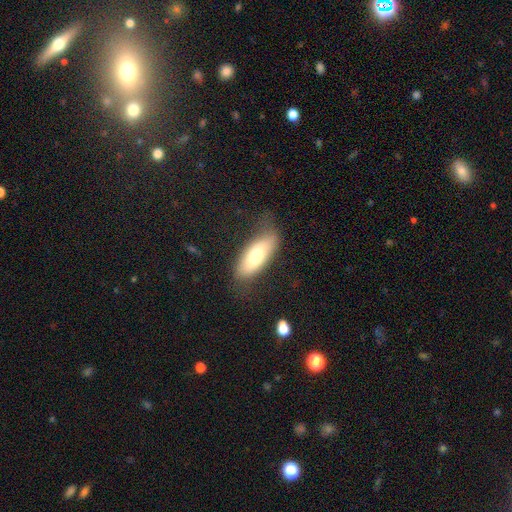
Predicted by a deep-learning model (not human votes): Smooth or featured: smooth — 67% (featured or disk — 27%)
How rounded: in between — 75% (cigar-shaped — 23%)
Merging: none — 67% (minor disturbance — 23%)